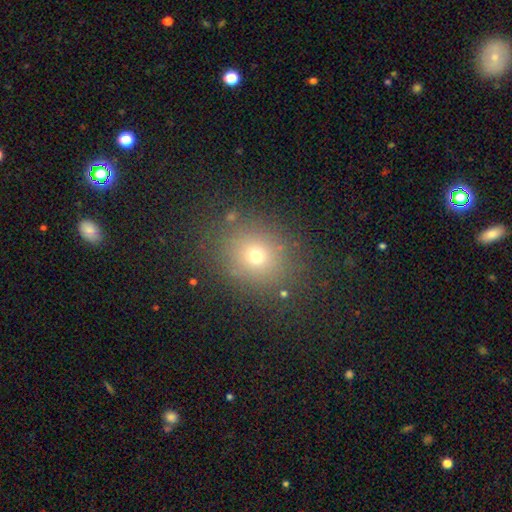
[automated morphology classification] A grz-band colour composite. It shows a smooth galaxy with no disk features (69%) that is round (71%). Merging: none (83%).